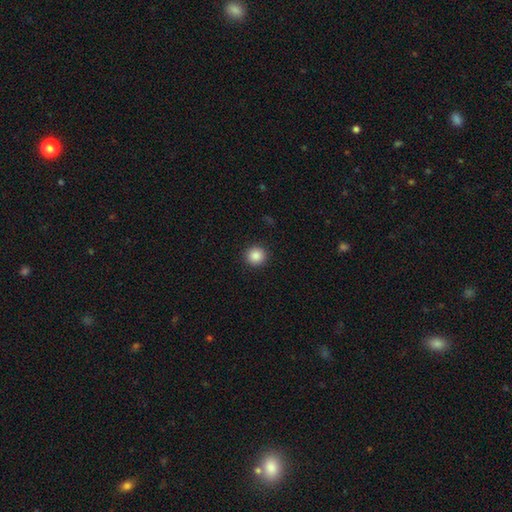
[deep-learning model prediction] Smooth or featured?
  - smooth: 88% *
  - star or artifact: 9%
  - featured or disk: 3%
How rounded?
  - round: 94% *
  - in between: 5%
  - cigar-shaped: 1%
Merging?
  - none: 92% *
  - minor disturbance: 5%
  - major disturbance: 2%
  - merger: 1%